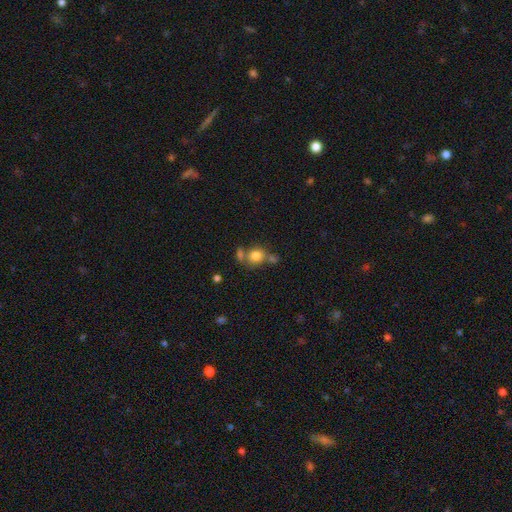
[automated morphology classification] A smooth galaxy with no disk features (77%) that is round (77%).

Vote fractions:
- Smooth or featured? smooth: 77% / star or artifact: 11% / featured or disk: 11%
- How rounded? round: 77% / in between: 22% / cigar-shaped: 1%
- Merging? none: 48% / merger: 32% / minor disturbance: 13% / major disturbance: 7%